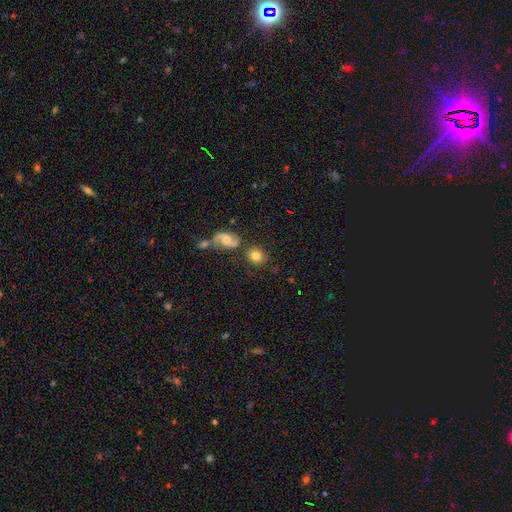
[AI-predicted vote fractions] Smooth or featured?
  - smooth: 71% *
  - featured or disk: 20%
  - star or artifact: 8%
How rounded?
  - round: 76% *
  - in between: 23%
  - cigar-shaped: 2%
Merging?
  - none: 74% *
  - minor disturbance: 12%
  - merger: 10%
  - major disturbance: 4%